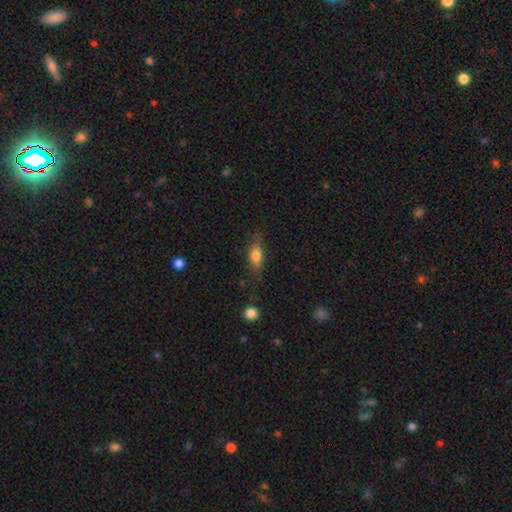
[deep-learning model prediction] Q: Smooth or featured?
A: smooth (69%); runner-up: featured or disk (23%)
Q: How rounded?
A: in between (66%); runner-up: cigar-shaped (28%)
Q: Merging?
A: none (72%); runner-up: minor disturbance (19%)